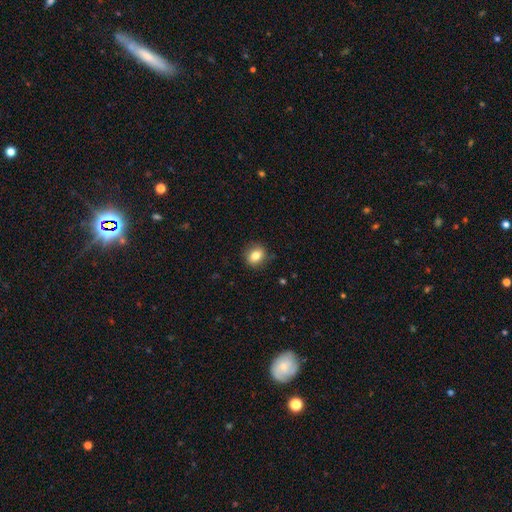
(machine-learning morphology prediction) A smooth galaxy with no disk features (82%) that is round (63%).

Vote fractions:
- Smooth or featured? smooth: 82% / star or artifact: 9% / featured or disk: 8%
- How rounded? round: 63% / in between: 35% / cigar-shaped: 1%
- Merging? none: 85% / minor disturbance: 11% / major disturbance: 3% / merger: 1%